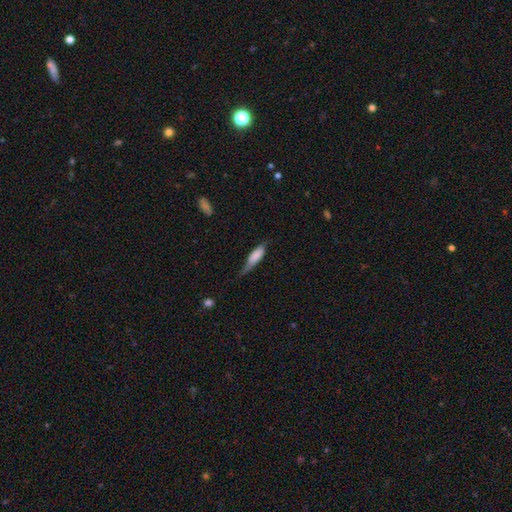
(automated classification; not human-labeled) Q: Smooth or featured?
A: smooth (66%); runner-up: featured or disk (27%)
Q: How rounded?
A: cigar-shaped (52%); runner-up: in between (45%)
Q: Merging?
A: none (42%); runner-up: minor disturbance (38%)